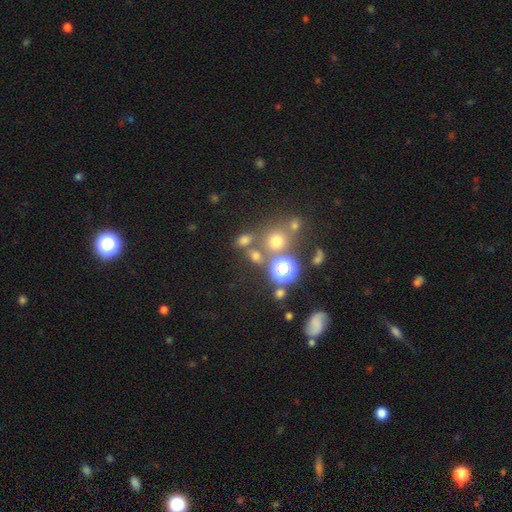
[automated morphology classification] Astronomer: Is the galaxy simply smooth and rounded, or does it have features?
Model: smooth — 63%.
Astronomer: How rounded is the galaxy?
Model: round — 54% (runner-up: in between, 43%).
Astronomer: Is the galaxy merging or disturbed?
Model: none — 61%.